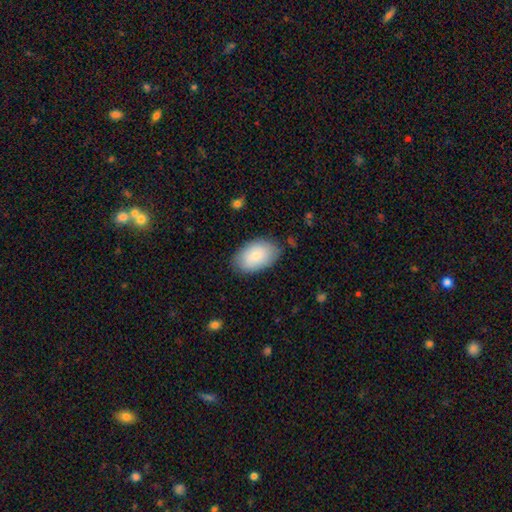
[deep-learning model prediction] Smooth or featured: smooth — 83% (featured or disk — 11%)
How rounded: in between — 92% (round — 7%)
Merging: none — 80% (minor disturbance — 15%)